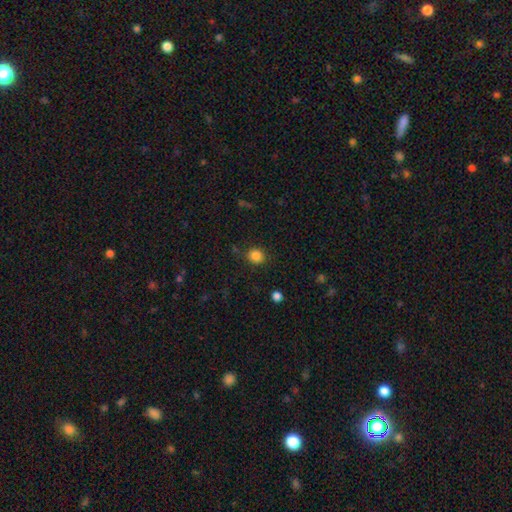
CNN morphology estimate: smooth-or-featured: smooth: 85% | star or artifact: 11% | featured or disk: 4%
  how-rounded: round: 79% | in between: 20% | cigar-shaped: 1%
  merging: none: 84% | minor disturbance: 10% | major disturbance: 3% | merger: 2%